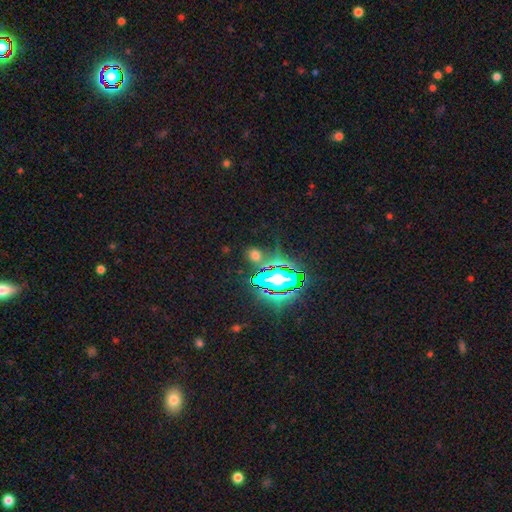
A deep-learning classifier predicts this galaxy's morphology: Smooth or featured?
  - star or artifact: 47% *
  - smooth: 43%
  - featured or disk: 10%